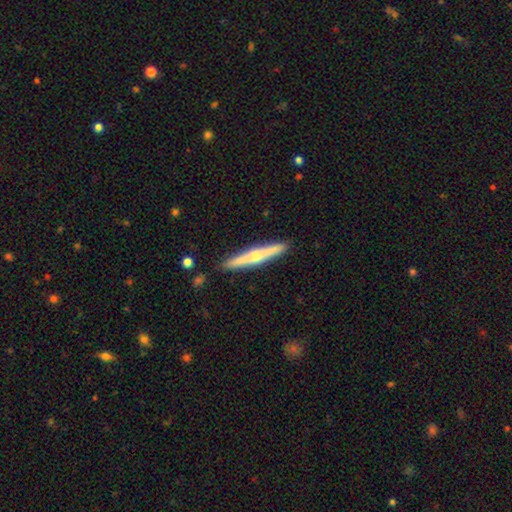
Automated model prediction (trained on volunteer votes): Smooth or featured?
  - featured or disk: 64% *
  - smooth: 31%
  - star or artifact: 5%
Edge-on disk?
  - yes: 97% *
  - no: 3%
Edge-on bulge?
  - rounded: 90% *
  - none: 7%
  - boxy: 3%
Merging?
  - none: 91% *
  - minor disturbance: 6%
  - major disturbance: 1%
  - merger: 1%